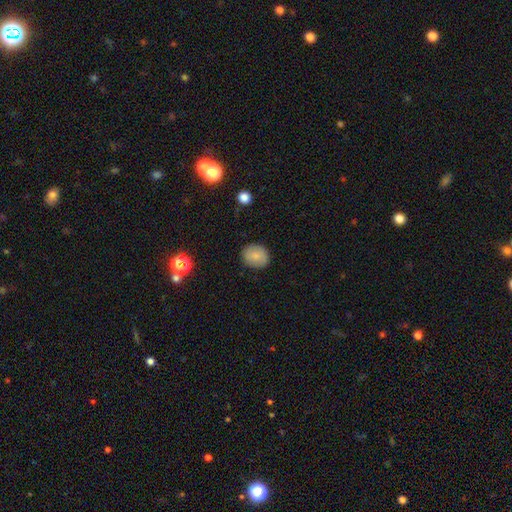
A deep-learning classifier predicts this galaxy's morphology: Q: Smooth or featured?
A: smooth (82%); runner-up: featured or disk (10%)
Q: How rounded?
A: round (62%); runner-up: in between (37%)
Q: Merging?
A: none (86%); runner-up: minor disturbance (11%)